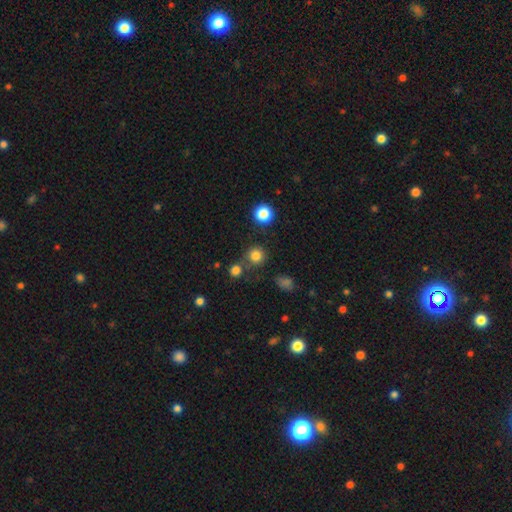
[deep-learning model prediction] This appears to be a smooth galaxy with no disk features (79%) that is round (92%). Merging: none (74%).